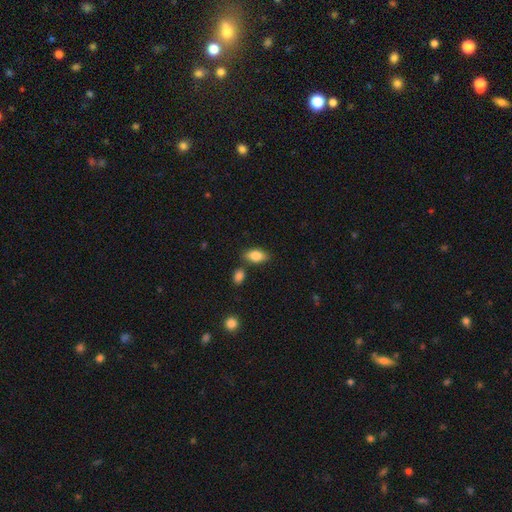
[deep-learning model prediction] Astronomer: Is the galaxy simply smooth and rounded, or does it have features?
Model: smooth — 85%.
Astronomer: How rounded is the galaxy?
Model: in between — 91%.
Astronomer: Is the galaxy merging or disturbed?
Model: none — 77%.